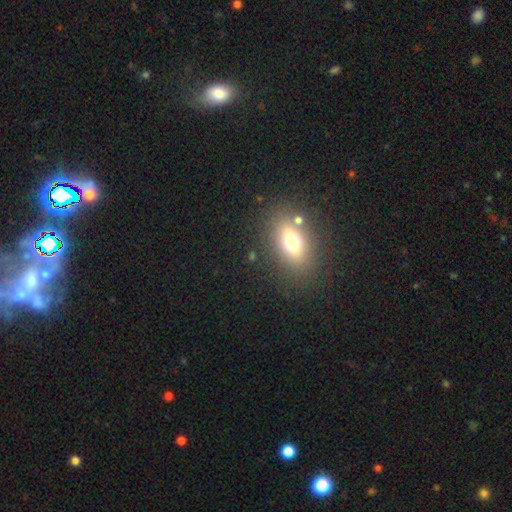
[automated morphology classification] This appears to be a smooth galaxy with no disk features (65%) that is in between round and cigar-shaped (77%). Merging: none (81%).